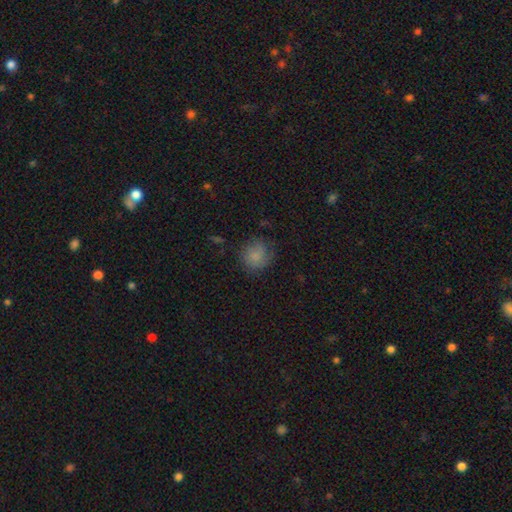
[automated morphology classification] Smooth or featured? Predicted: smooth (p=0.80). How rounded? Predicted: round (p=0.87). Merging? Predicted: none (p=0.70).